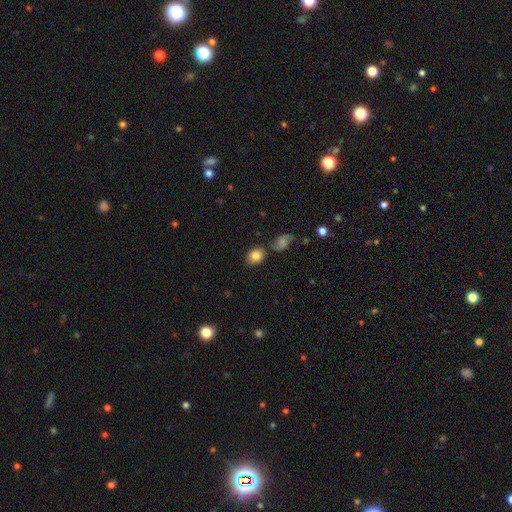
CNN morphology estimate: Smooth or featured?
  - smooth: 82% *
  - star or artifact: 9%
  - featured or disk: 9%
How rounded?
  - in between: 53% *
  - round: 46%
  - cigar-shaped: 1%
Merging?
  - none: 69% *
  - minor disturbance: 15%
  - merger: 11%
  - major disturbance: 4%